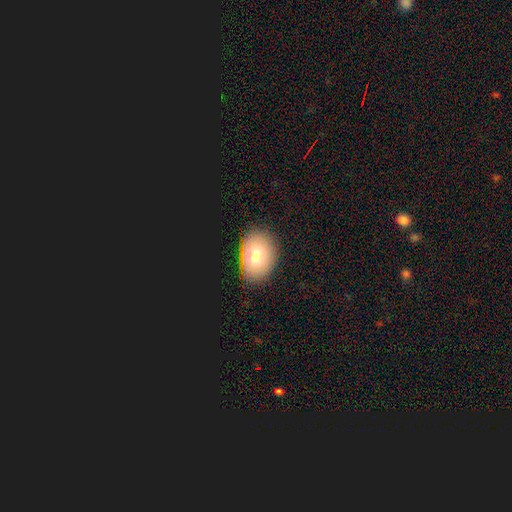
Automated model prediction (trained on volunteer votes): Morphology: type=smooth (70%); roundness=in between (75%); merging=none (86%).